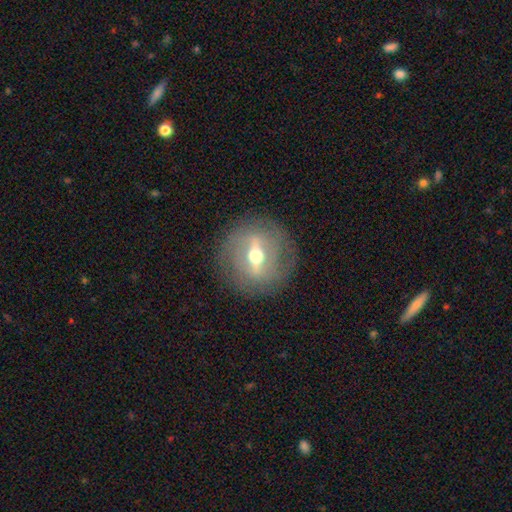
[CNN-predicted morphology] Smooth or featured? featured or disk (76%)
Edge-on disk? no (67%)
Bar? strong (67%)
Spiral arms? no (65%)
Bulge size? moderate (73%)
Merging? none (84%)